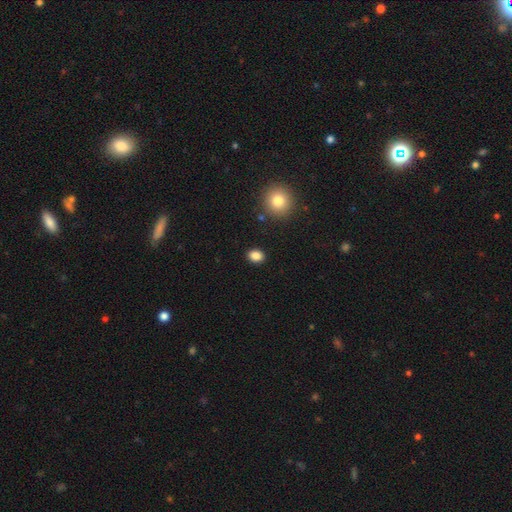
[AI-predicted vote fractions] Smooth or featured: smooth — 86% (star or artifact — 10%)
How rounded: in between — 58% (round — 41%)
Merging: none — 89% (minor disturbance — 7%)